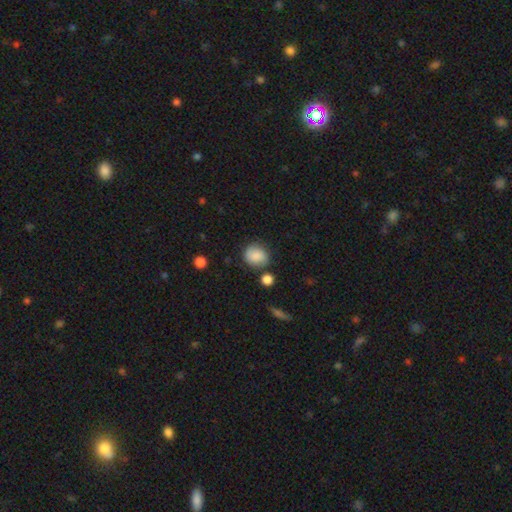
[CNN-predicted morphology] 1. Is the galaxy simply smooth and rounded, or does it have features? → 83% smooth, 8% star or artifact, 8% featured or disk.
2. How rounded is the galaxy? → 73% round, 26% in between, 1% cigar-shaped.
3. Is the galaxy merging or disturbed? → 74% none, 16% minor disturbance, 6% merger, 4% major disturbance.